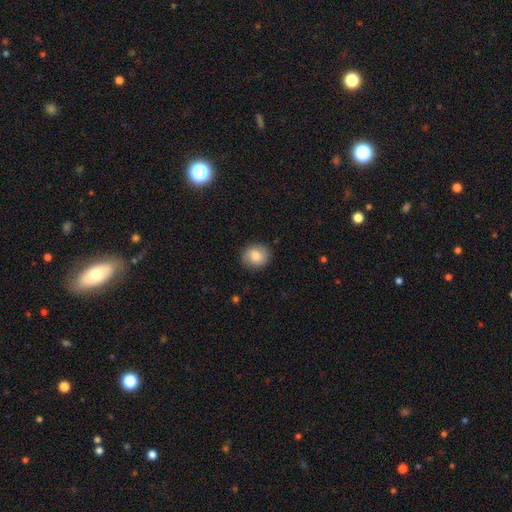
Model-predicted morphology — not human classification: type=smooth (82%); roundness=round (79%); merging=none (88%).